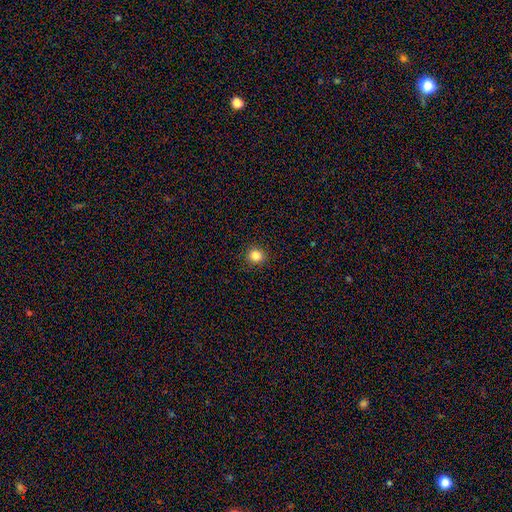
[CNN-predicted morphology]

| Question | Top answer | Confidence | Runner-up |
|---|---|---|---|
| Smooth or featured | smooth | 84% | star or artifact (12%) |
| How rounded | round | 90% | in between (9%) |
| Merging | none | 92% | minor disturbance (5%) |